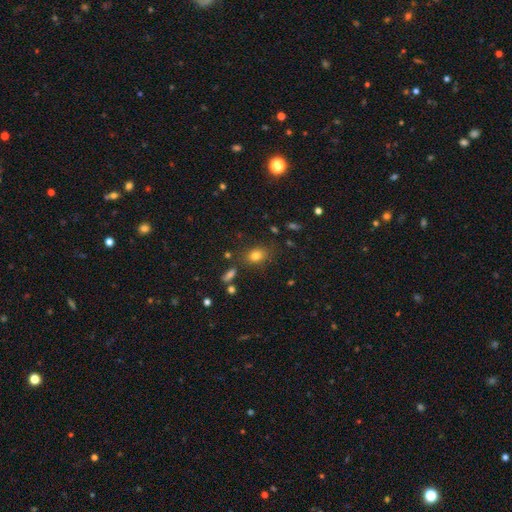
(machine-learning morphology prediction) Overall: smooth (78%). How rounded: in between (67%; round 31%). Merging: none (77%).